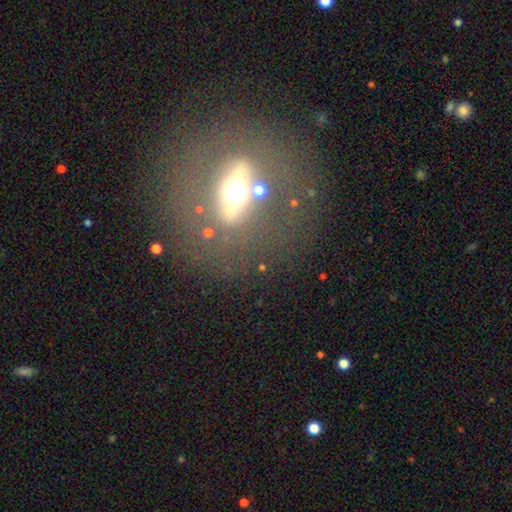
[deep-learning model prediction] Smooth or featured: featured or disk — 56% (smooth — 27%)
Edge-on disk: no — 61% (yes — 39%)
Merging: none — 73% (minor disturbance — 11%)